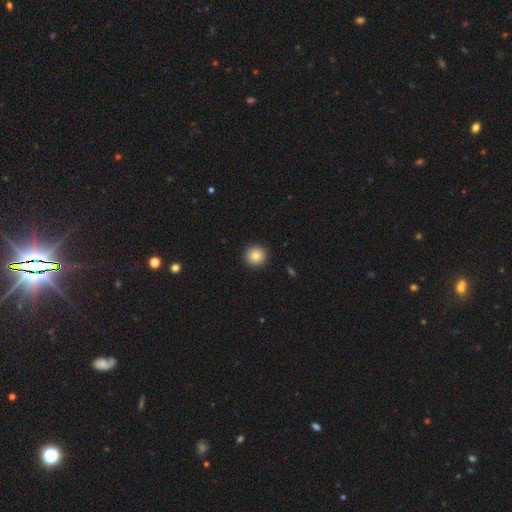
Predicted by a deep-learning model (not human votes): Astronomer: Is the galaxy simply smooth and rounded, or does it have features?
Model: smooth — 85%.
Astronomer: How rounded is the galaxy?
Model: round — 94%.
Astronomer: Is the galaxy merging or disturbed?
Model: none — 92%.